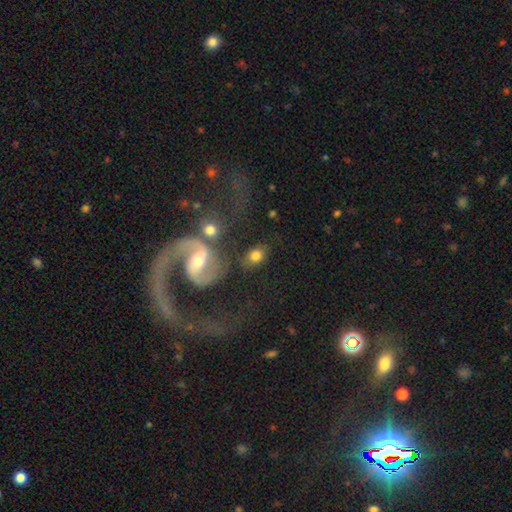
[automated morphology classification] A smooth galaxy with no disk features (70%) that is in between round and cigar-shaped (61%).

Vote fractions:
- Smooth or featured? smooth: 70% / featured or disk: 21% / star or artifact: 10%
- How rounded? in between: 61% / round: 37% / cigar-shaped: 2%
- Merging? none: 63% / minor disturbance: 16% / merger: 12% / major disturbance: 9%